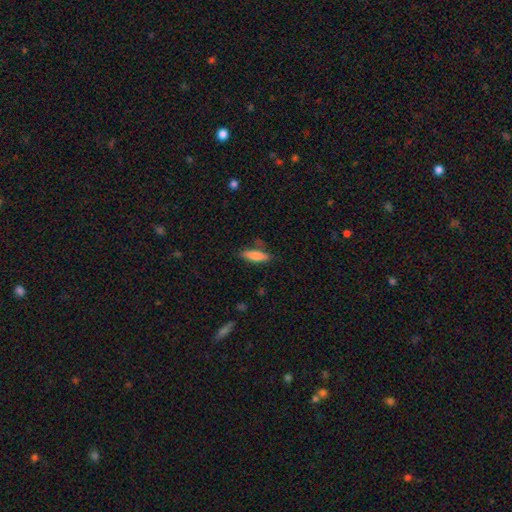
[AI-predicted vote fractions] smooth-or-featured: smooth: 77% | featured or disk: 16% | star or artifact: 7%
  how-rounded: cigar-shaped: 60% | in between: 38% | round: 2%
  merging: none: 77% | minor disturbance: 15% | merger: 4% | major disturbance: 3%